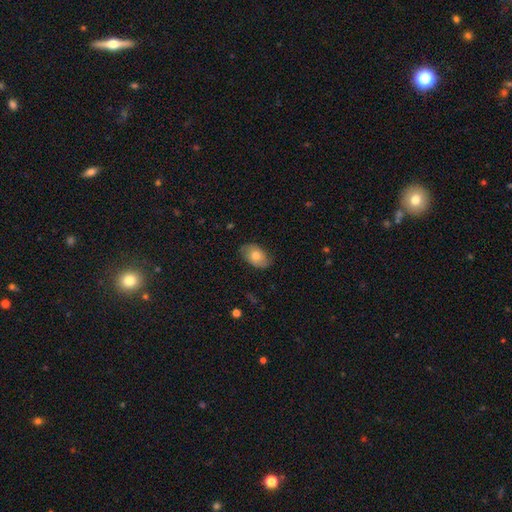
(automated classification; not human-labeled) A smooth galaxy with no disk features (68%) that is in between round and cigar-shaped (88%). Merging: none (77%).